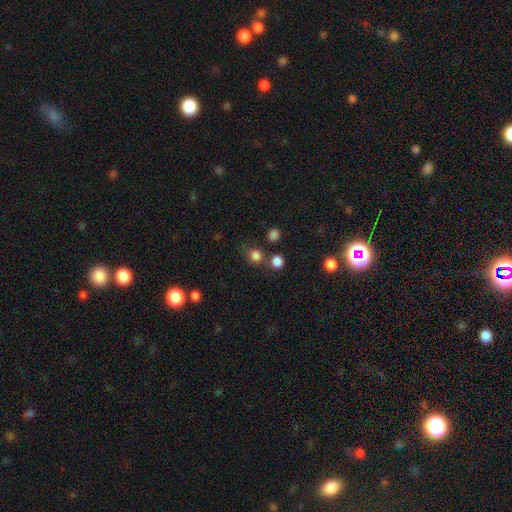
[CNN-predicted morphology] The model was most divided on "merging": none: 67%, merger: 17%, minor disturbance: 11%, major disturbance: 5%. More confident: how rounded — round (84%); smooth or featured — smooth (80%).